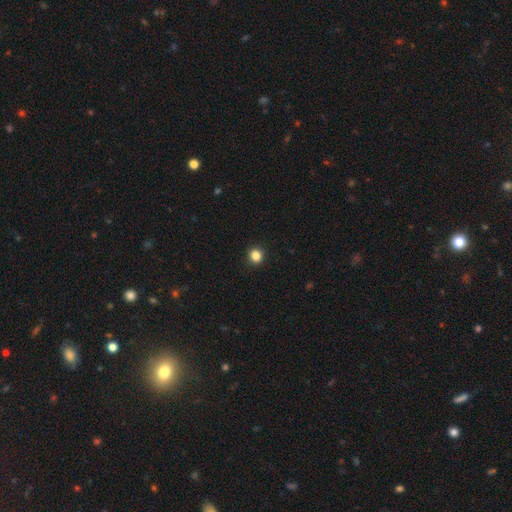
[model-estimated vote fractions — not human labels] Smooth or featured? Predicted: smooth (p=0.84). How rounded? Predicted: round (p=0.89). Merging? Predicted: none (p=0.93).